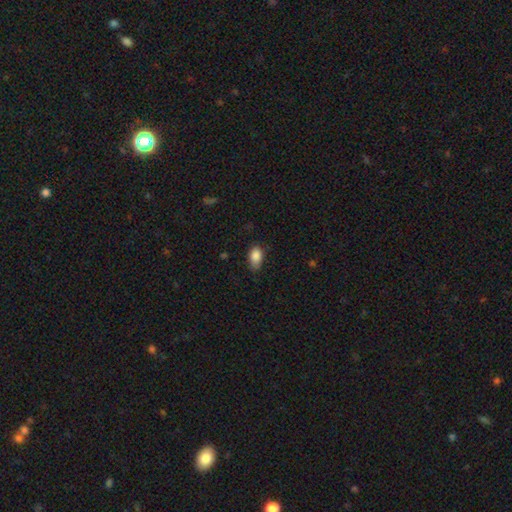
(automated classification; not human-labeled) This appears to be a smooth galaxy with no disk features (86%) that is in between round and cigar-shaped (88%). Merging: none (62%).